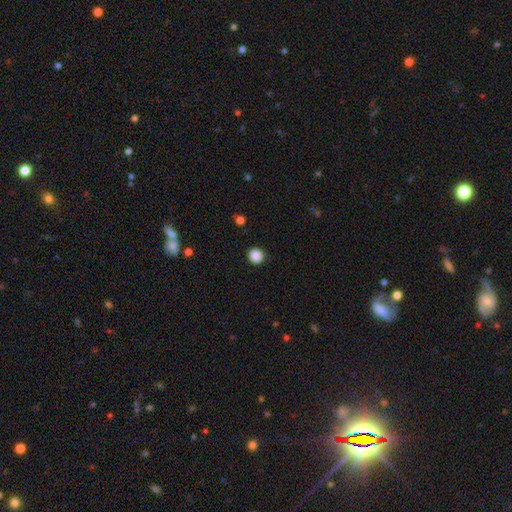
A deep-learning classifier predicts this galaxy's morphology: The model was most divided on "smooth or featured": smooth: 87%, star or artifact: 10%, featured or disk: 3%. More confident: how rounded — round (93%); merging — none (92%).